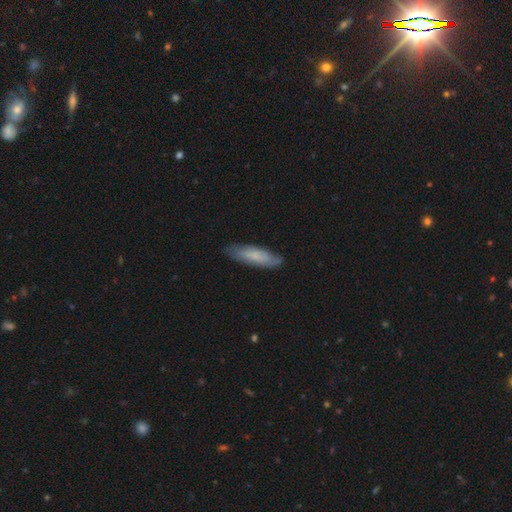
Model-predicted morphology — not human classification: Smooth or featured? smooth (63%)
How rounded? cigar-shaped (60%)
Merging? none (79%)